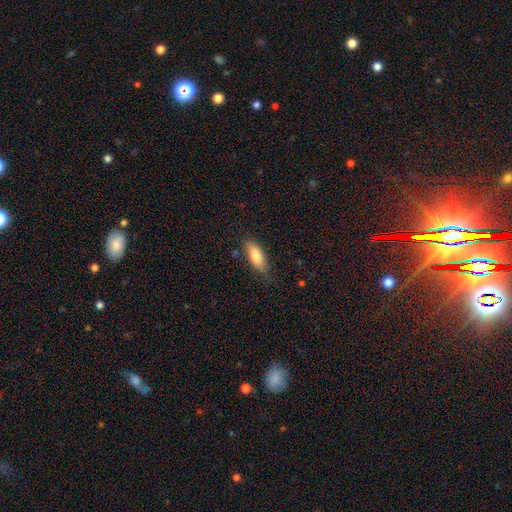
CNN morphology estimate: smooth_or_featured: smooth (p=0.80) [alt: featured or disk p=0.14]
how_rounded: in between (p=0.70) [alt: cigar-shaped p=0.28]
merging: none (p=0.72) [alt: minor disturbance p=0.22]